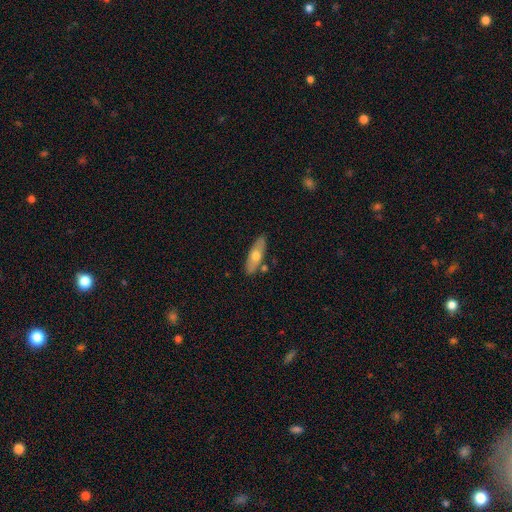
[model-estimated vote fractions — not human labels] The model was most divided on "how rounded": in between: 57%, cigar-shaped: 40%, round: 3%. More confident: merging — none (81%); smooth or featured — smooth (57%).